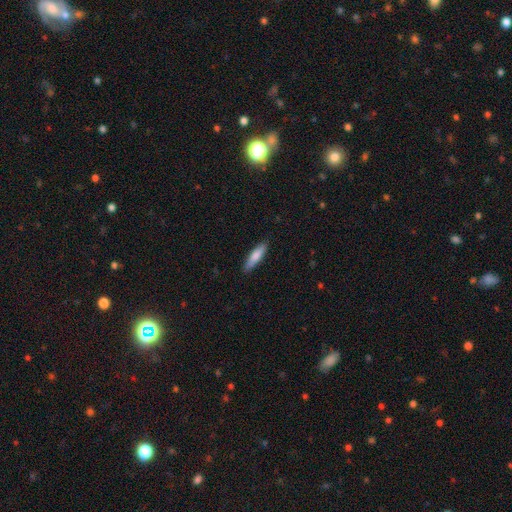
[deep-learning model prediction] Smooth or featured?
  - smooth: 79% *
  - featured or disk: 16%
  - star or artifact: 5%
How rounded?
  - cigar-shaped: 74% *
  - in between: 25%
  - round: 1%
Merging?
  - none: 88% *
  - minor disturbance: 9%
  - major disturbance: 2%
  - merger: 1%